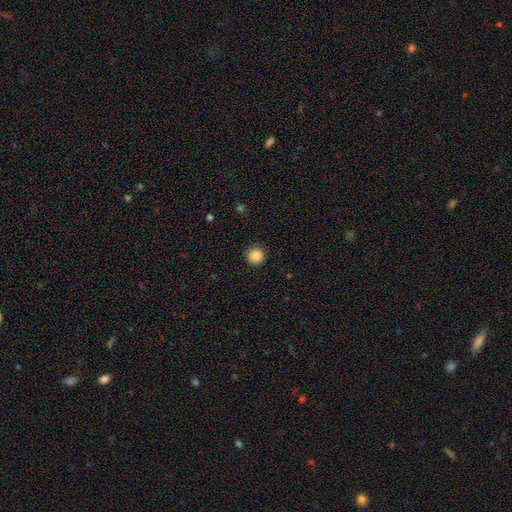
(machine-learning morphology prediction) smooth-or-featured: smooth: 87% | star or artifact: 10% | featured or disk: 3%
  how-rounded: round: 95% | in between: 4% | cigar-shaped: 1%
  merging: none: 91% | minor disturbance: 6% | major disturbance: 2% | merger: 1%